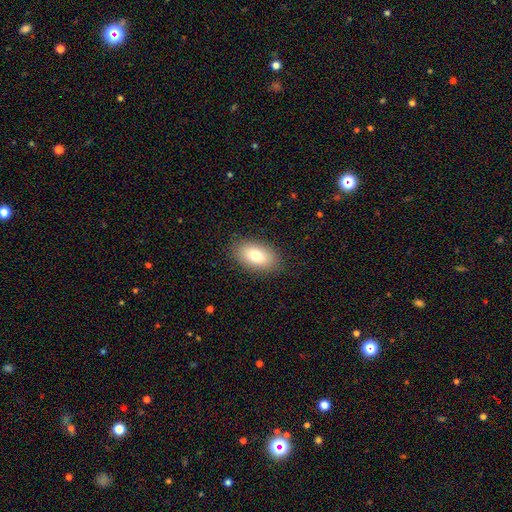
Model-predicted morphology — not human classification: Smooth or featured? Predicted: smooth (p=0.77). How rounded? Predicted: in between (p=0.92). Merging? Predicted: none (p=0.86).